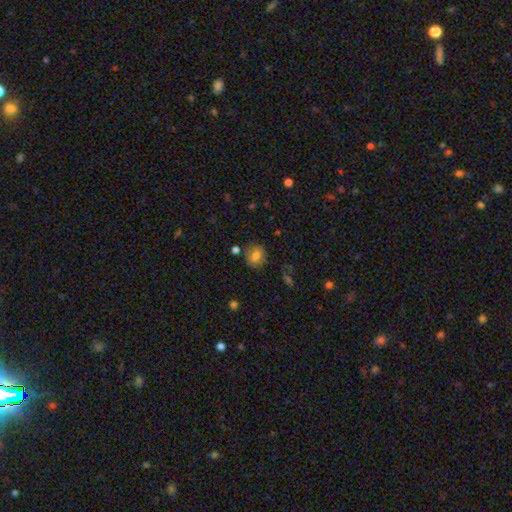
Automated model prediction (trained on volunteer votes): smooth-or-featured: smooth: 69% | featured or disk: 21% | star or artifact: 10%
  how-rounded: round: 65% | in between: 34% | cigar-shaped: 1%
  merging: none: 75% | minor disturbance: 16% | major disturbance: 5% | merger: 4%